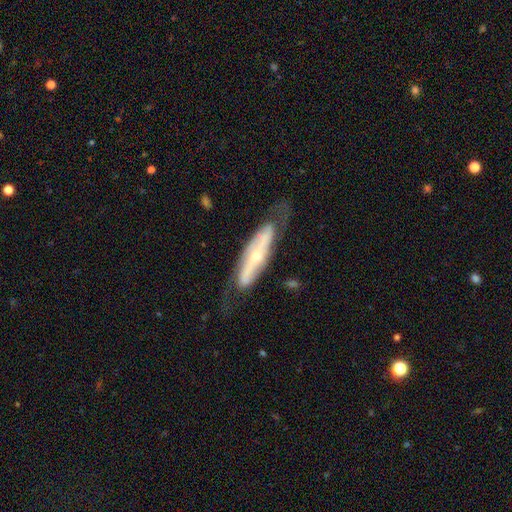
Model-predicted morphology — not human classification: featured or disk 75%, smooth 19%, star or artifact 6%. Down the decision tree: edge-on disk — no (69%); bar — no (48%); spiral arms — yes (83%); bulge size — small (62%); merging — none (64%).